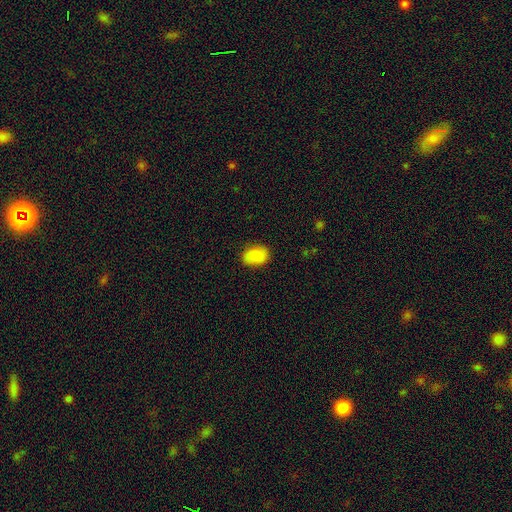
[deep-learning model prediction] A smooth galaxy with no disk features (87%) that is in between round and cigar-shaped (78%).

Vote fractions:
- Smooth or featured? smooth: 87% / star or artifact: 7% / featured or disk: 5%
- How rounded? in between: 78% / round: 21% / cigar-shaped: 1%
- Merging? none: 83% / minor disturbance: 13% / major disturbance: 3% / merger: 1%